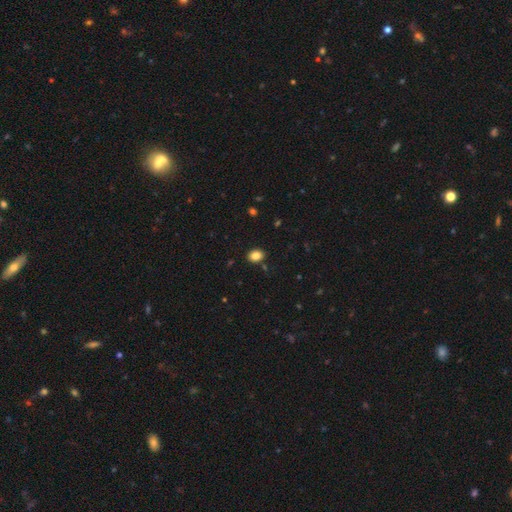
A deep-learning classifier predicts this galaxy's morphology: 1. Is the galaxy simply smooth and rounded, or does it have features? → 85% smooth, 10% star or artifact, 5% featured or disk.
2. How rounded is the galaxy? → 59% in between, 40% round, 1% cigar-shaped.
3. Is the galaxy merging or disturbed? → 87% none, 8% minor disturbance, 2% merger, 2% major disturbance.